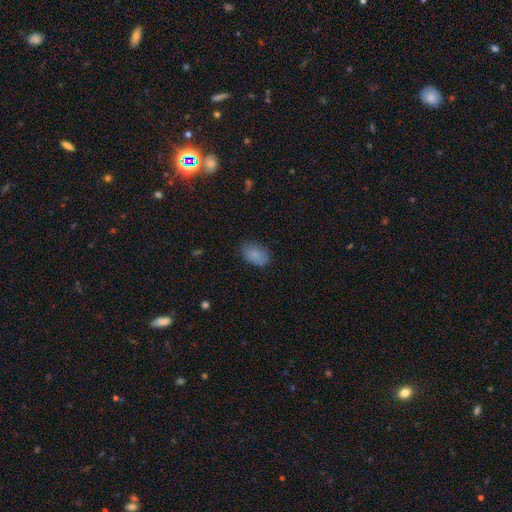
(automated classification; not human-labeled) Smooth or featured? smooth (85%)
How rounded? in between (87%)
Merging? none (76%)